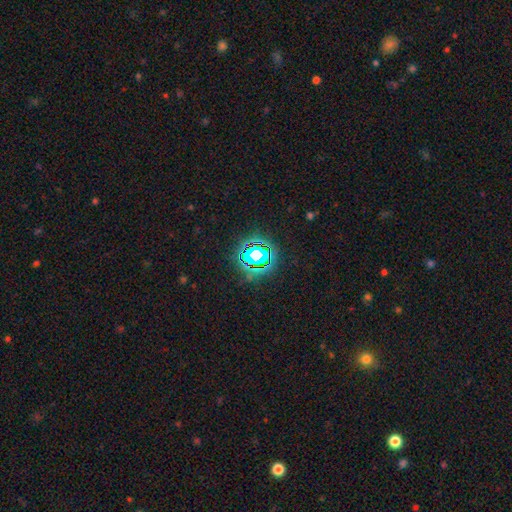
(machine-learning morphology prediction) A star or artifact, not a galaxy (70%).

Vote fractions:
- Smooth or featured? star or artifact: 70% / smooth: 18% / featured or disk: 12%